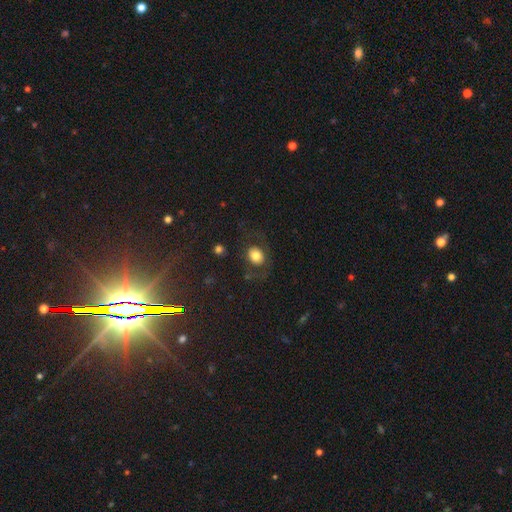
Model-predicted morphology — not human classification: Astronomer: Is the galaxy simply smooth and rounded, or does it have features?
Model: smooth — 74%.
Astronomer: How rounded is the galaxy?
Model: round — 52% (runner-up: in between, 47%).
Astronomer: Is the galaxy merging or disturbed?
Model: none — 71%.